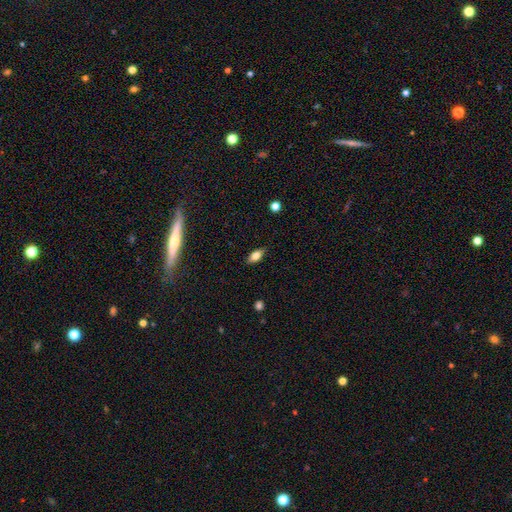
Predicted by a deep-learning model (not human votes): Smooth or featured?
  - smooth: 76% *
  - featured or disk: 15%
  - star or artifact: 9%
How rounded?
  - in between: 86% *
  - cigar-shaped: 9%
  - round: 5%
Merging?
  - none: 86% *
  - minor disturbance: 10%
  - major disturbance: 2%
  - merger: 1%